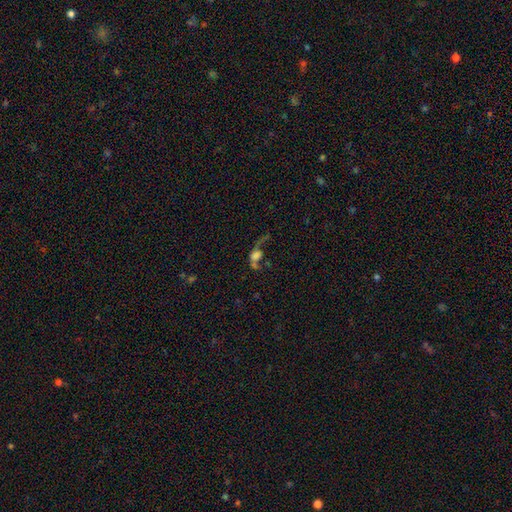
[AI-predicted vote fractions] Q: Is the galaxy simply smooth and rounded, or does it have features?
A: smooth — 45%.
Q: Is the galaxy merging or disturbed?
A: major disturbance — 37%.